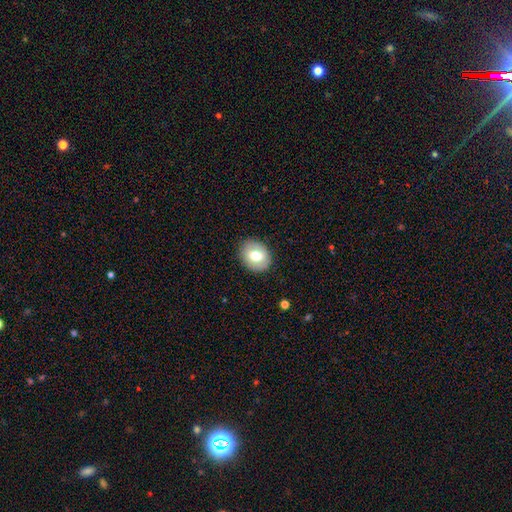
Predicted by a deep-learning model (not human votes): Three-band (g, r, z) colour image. It shows a smooth galaxy with no disk features (68%) that is in between round and cigar-shaped (50%). Merging: none (87%).